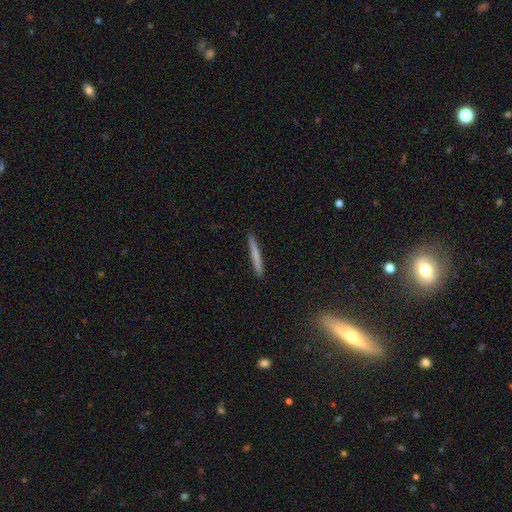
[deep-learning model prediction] smooth 66%, featured or disk 28%, star or artifact 6%. Down the decision tree: how rounded — cigar-shaped (97%); merging — none (92%).